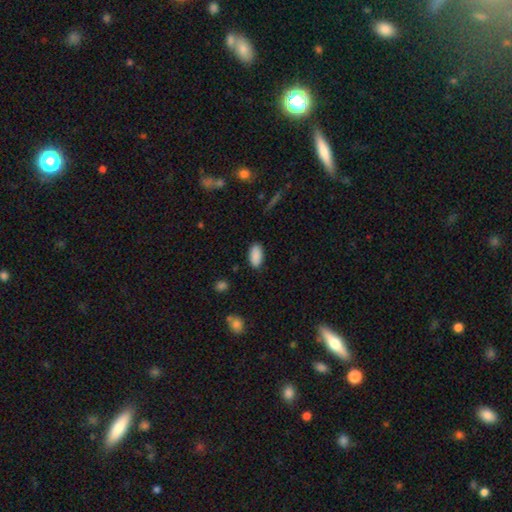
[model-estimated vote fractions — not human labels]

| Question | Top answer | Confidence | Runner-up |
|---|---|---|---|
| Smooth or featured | smooth | 89% | star or artifact (7%) |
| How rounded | in between | 93% | cigar-shaped (4%) |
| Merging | none | 87% | minor disturbance (9%) |